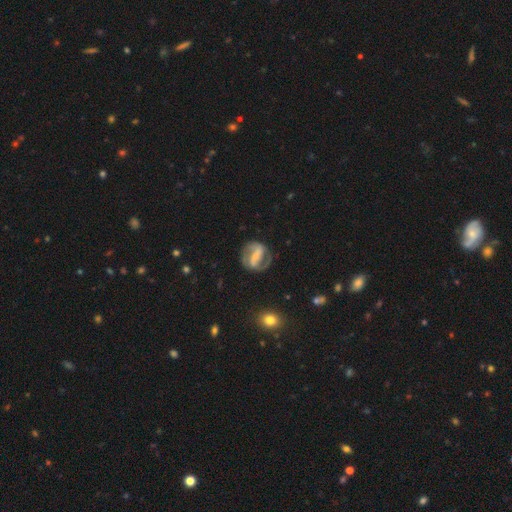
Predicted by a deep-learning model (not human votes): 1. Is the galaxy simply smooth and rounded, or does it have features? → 79% featured or disk, 15% smooth, 6% star or artifact.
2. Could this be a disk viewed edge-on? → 96% no, 4% yes.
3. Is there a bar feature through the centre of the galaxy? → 67% strong, 23% weak, 10% no.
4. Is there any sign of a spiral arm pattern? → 84% yes, 16% no.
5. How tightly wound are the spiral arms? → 48% medium, 31% tight, 21% loose.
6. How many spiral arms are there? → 86% 2, 7% can't tell, 4% 1, 1% 3, 1% 4, 1% more than 4.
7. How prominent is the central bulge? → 51% small, 27% moderate, 16% none, 5% large, 2% dominant.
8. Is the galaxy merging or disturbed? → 73% none, 15% minor disturbance, 10% major disturbance, 2% merger.